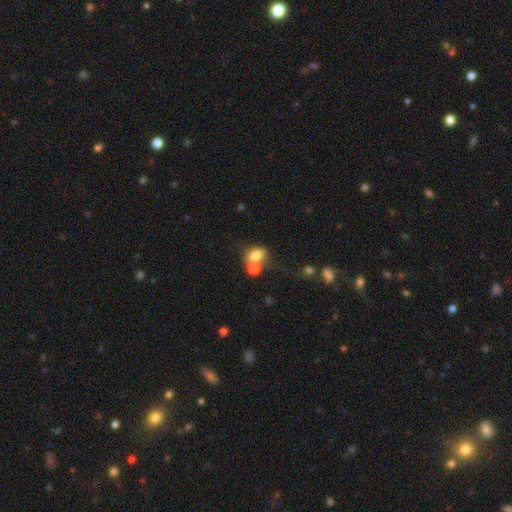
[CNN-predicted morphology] Overall: smooth (76%). How rounded: in between (73%). Merging: merger (47%; none 33%).